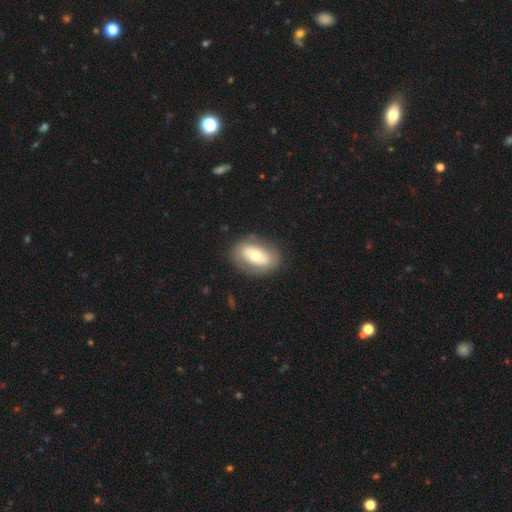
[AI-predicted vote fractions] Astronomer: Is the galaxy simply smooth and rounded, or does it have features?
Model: smooth — 58% (runner-up: featured or disk, 36%).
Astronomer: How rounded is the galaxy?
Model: in between — 87%.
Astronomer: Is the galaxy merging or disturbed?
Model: none — 80%.